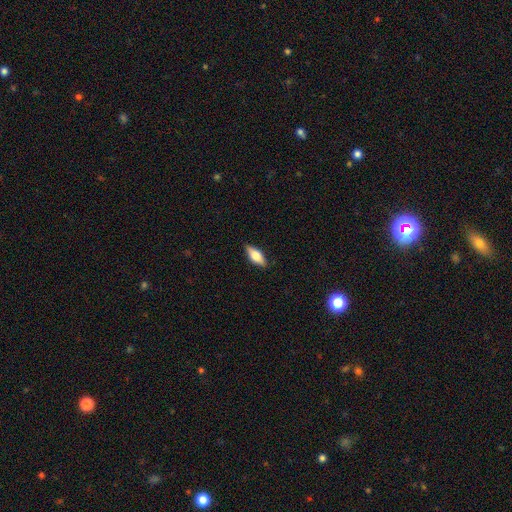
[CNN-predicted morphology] type=smooth (62%); roundness=in between (77%); merging=none (86%).